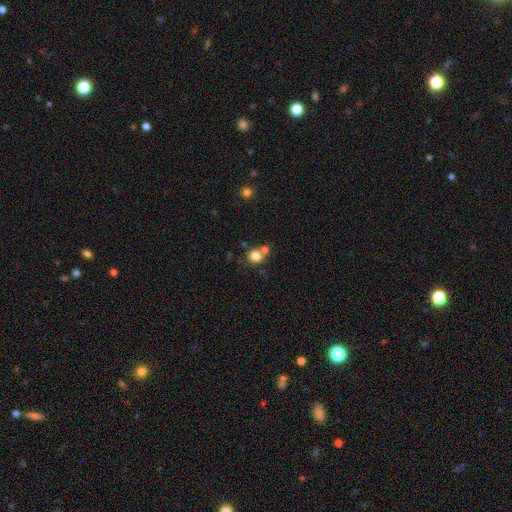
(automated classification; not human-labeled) Smooth or featured: smooth — 82% (star or artifact — 11%)
How rounded: round — 85% (in between — 14%)
Merging: none — 53% (merger — 34%)